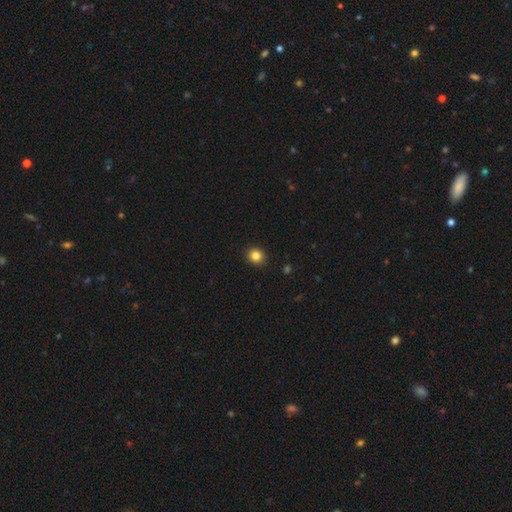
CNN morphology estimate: A smooth galaxy with no disk features (84%) that is round (86%).

Vote fractions:
- Smooth or featured? smooth: 84% / star or artifact: 11% / featured or disk: 5%
- How rounded? round: 86% / in between: 13% / cigar-shaped: 1%
- Merging? none: 92% / minor disturbance: 5% / major disturbance: 2% / merger: 1%